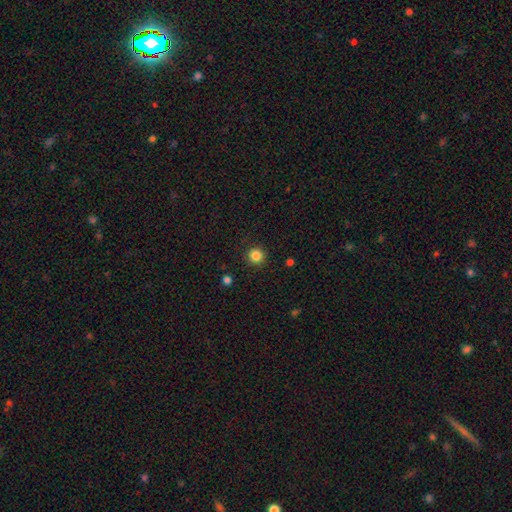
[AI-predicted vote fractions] This is clearly a smooth galaxy (85%). How rounded: clearly round (95%). Merging: clearly none (92%).